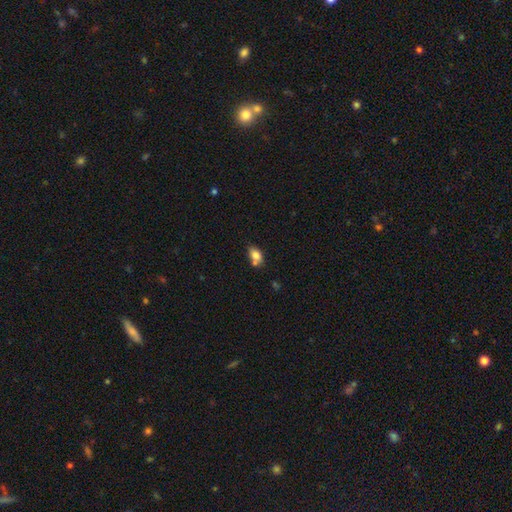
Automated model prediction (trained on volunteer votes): Smooth or featured? smooth (78%)
How rounded? in between (82%)
Merging? none (49%)